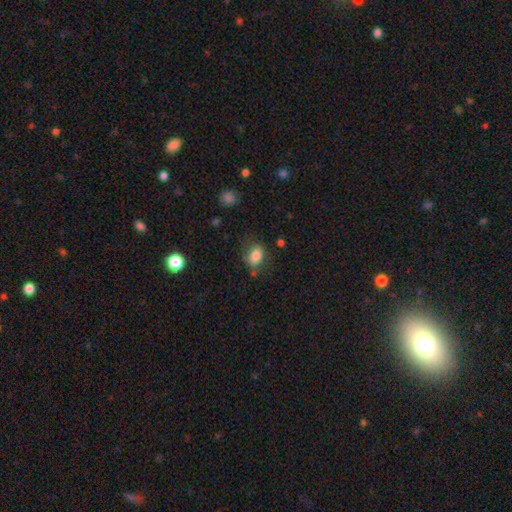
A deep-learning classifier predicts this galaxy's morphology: Q: Smooth or featured?
A: smooth (80%); runner-up: featured or disk (10%)
Q: How rounded?
A: in between (73%); runner-up: round (25%)
Q: Merging?
A: none (65%); runner-up: minor disturbance (22%)